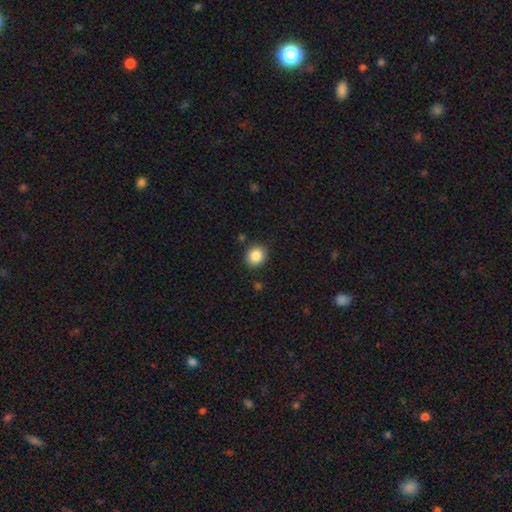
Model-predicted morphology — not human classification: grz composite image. It shows a smooth galaxy with no disk features (87%) that is round (79%). Merging: none (86%).